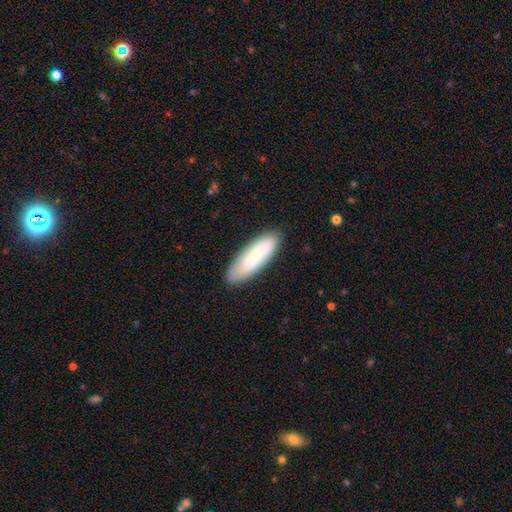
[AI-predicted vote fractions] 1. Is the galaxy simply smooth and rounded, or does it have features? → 78% smooth, 16% featured or disk, 6% star or artifact.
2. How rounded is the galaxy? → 51% in between, 48% cigar-shaped, 2% round.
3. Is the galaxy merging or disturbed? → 86% none, 11% minor disturbance, 2% major disturbance, 1% merger.